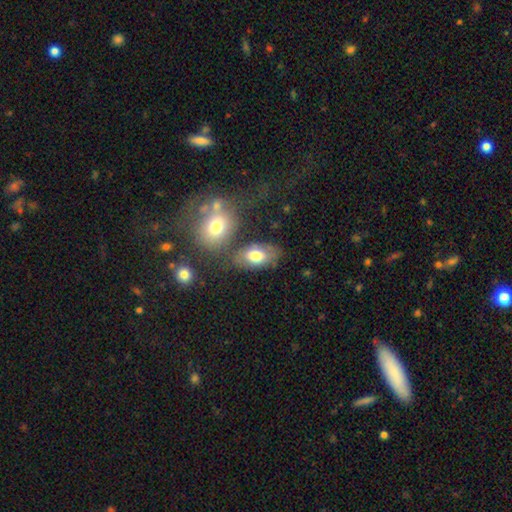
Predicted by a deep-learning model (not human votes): This appears to be a smooth galaxy with no disk features (71%) that is in between round and cigar-shaped (90%). Merging: none (65%).